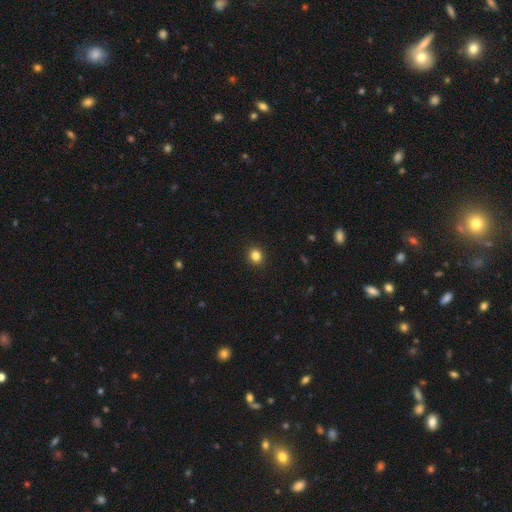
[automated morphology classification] smooth-or-featured: smooth: 83% | star or artifact: 12% | featured or disk: 5%
  how-rounded: round: 84% | in between: 15% | cigar-shaped: 1%
  merging: none: 92% | minor disturbance: 5% | major disturbance: 2% | merger: 1%